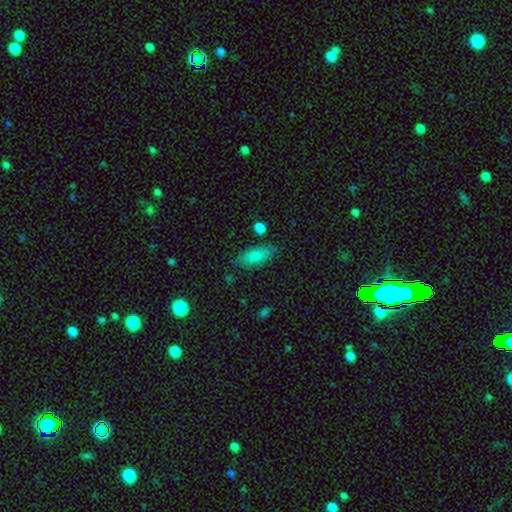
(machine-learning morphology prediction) Smooth or featured: smooth — 83% (featured or disk — 9%)
How rounded: in between — 78% (cigar-shaped — 20%)
Merging: none — 76% (minor disturbance — 16%)